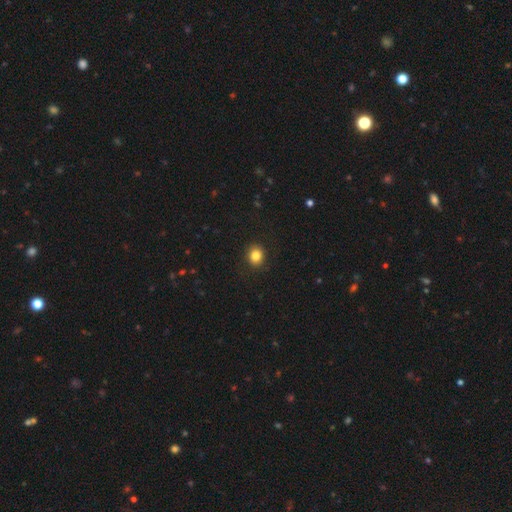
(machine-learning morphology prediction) Smooth or featured?
  - smooth: 84% *
  - star or artifact: 11%
  - featured or disk: 5%
How rounded?
  - round: 74% *
  - in between: 26%
  - cigar-shaped: 1%
Merging?
  - none: 91% *
  - minor disturbance: 6%
  - major disturbance: 2%
  - merger: 1%